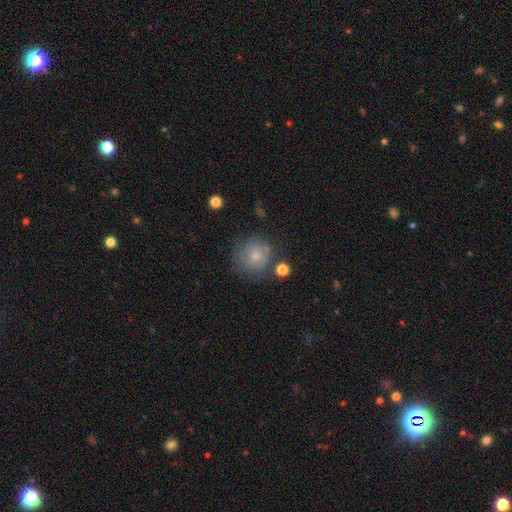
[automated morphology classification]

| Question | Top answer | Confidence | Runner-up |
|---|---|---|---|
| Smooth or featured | smooth | 74% | featured or disk (16%) |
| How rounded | round | 90% | in between (9%) |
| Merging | none | 66% | minor disturbance (19%) |